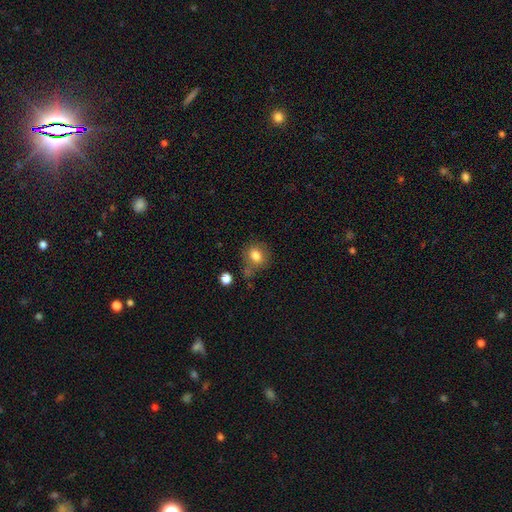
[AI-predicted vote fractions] smooth_or_featured: smooth (p=0.80) [alt: featured or disk p=0.10]
how_rounded: round (p=0.59) [alt: in between p=0.40]
merging: none (p=0.65) [alt: minor disturbance p=0.18]